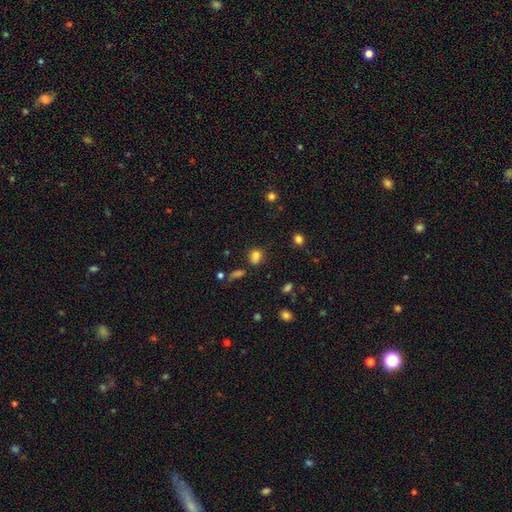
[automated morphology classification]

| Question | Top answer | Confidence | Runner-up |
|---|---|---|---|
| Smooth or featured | smooth | 79% | star or artifact (14%) |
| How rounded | round | 61% | in between (37%) |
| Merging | none | 65% | minor disturbance (19%) |